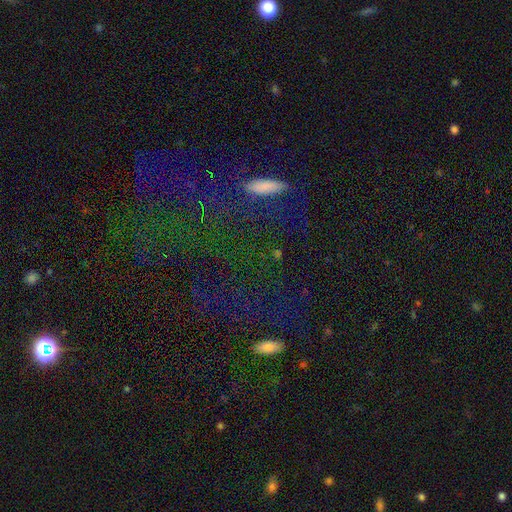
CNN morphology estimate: A star or artifact, not a galaxy (50%).